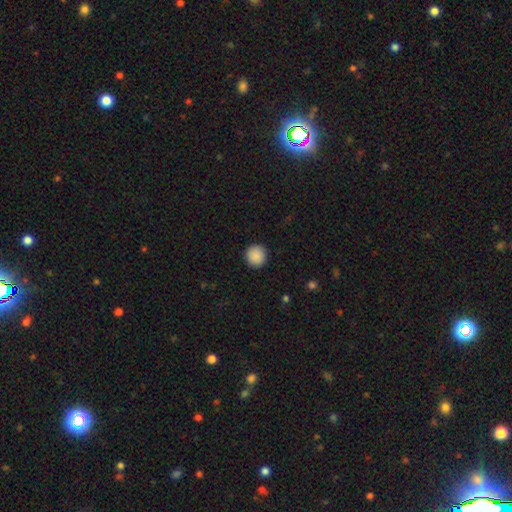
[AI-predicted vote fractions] Q: Smooth or featured?
A: smooth (89%); runner-up: star or artifact (8%)
Q: How rounded?
A: round (95%); runner-up: in between (4%)
Q: Merging?
A: none (92%); runner-up: minor disturbance (5%)